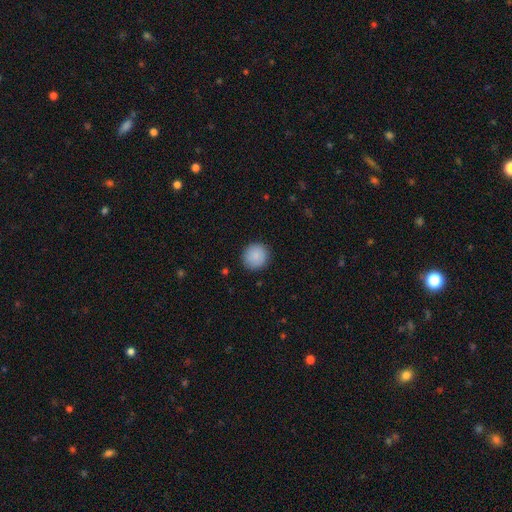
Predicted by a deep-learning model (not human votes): This appears to be a smooth galaxy with no disk features (88%) that is round (91%). Merging: none (89%).